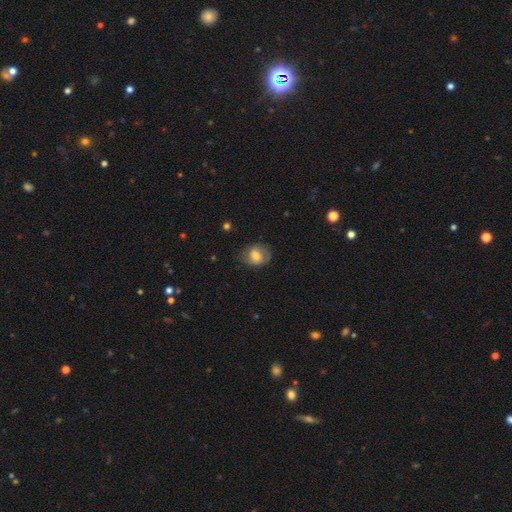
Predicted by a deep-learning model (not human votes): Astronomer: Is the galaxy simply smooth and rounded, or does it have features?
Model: smooth — 69%.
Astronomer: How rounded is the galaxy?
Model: in between — 50% (runner-up: round, 49%).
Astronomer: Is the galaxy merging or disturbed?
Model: none — 66%.